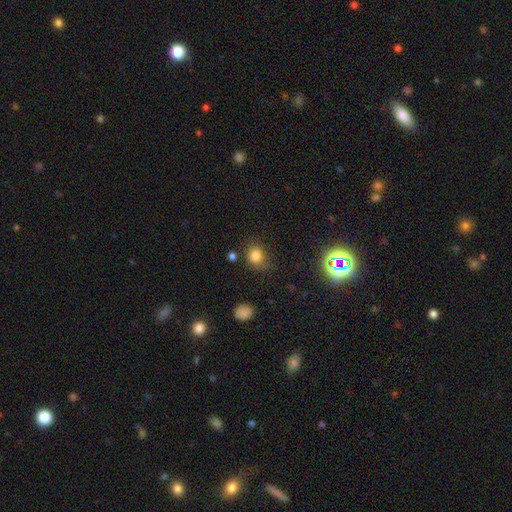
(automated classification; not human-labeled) Smooth or featured?
  - smooth: 80% *
  - star or artifact: 15%
  - featured or disk: 6%
How rounded?
  - round: 72% *
  - in between: 27%
  - cigar-shaped: 1%
Merging?
  - none: 71% *
  - minor disturbance: 19%
  - major disturbance: 6%
  - merger: 4%